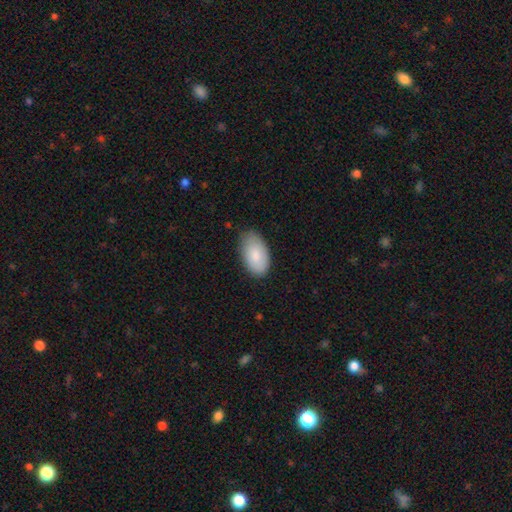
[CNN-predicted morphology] Overall: smooth (84%). How rounded: in between (95%). Merging: none (75%).